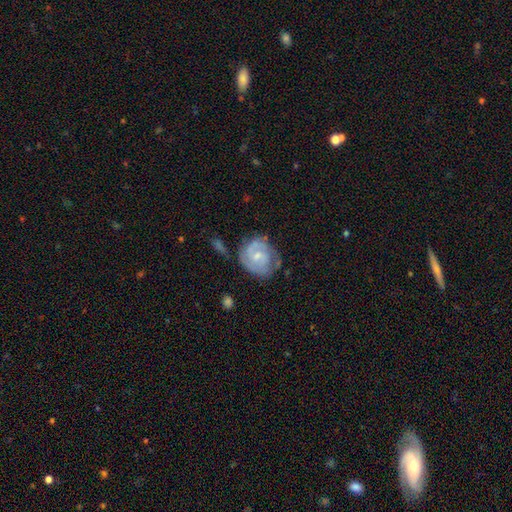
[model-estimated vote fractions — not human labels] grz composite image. It shows a featured or disk galaxy (75%) with no bar (58%), 2 (58%) tight (59%) spiral arms (91%) and a small central bulge (56%). Merging: none (60%).